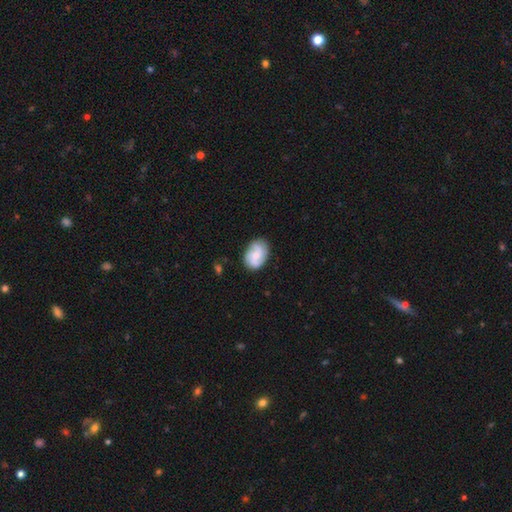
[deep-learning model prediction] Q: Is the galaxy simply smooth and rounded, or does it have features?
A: featured or disk — 57%.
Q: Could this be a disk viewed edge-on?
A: no — 98%.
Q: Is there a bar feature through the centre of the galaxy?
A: no — 62%.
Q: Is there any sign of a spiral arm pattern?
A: yes — 92%.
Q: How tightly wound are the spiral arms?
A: medium — 45%.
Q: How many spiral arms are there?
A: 3 — 43%.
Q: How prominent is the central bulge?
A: small — 41%.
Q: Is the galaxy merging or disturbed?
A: none — 78%.